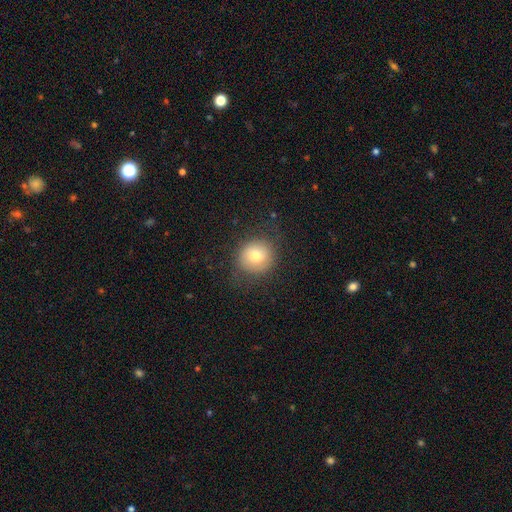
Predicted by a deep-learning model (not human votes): Overall: smooth (73%). How rounded: round (90%). Merging: none (79%).